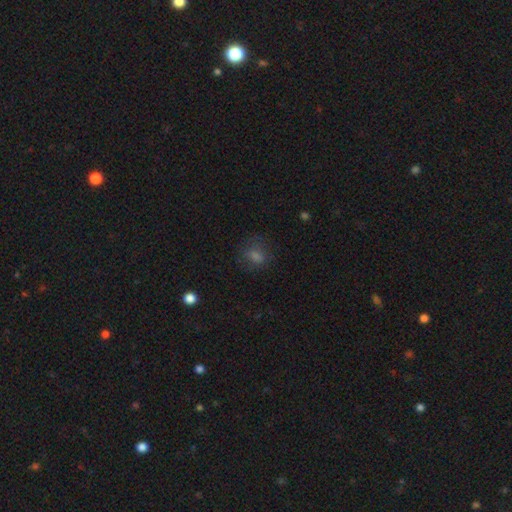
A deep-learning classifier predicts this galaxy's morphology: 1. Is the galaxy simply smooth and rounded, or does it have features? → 63% smooth, 23% star or artifact, 15% featured or disk.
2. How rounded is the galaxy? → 54% round, 44% in between, 2% cigar-shaped.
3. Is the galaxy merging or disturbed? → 72% none, 16% minor disturbance, 11% major disturbance, 2% merger.